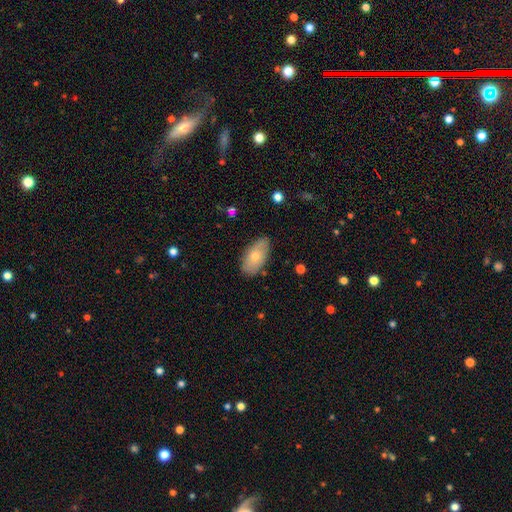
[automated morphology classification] smooth 68%, featured or disk 25%, star or artifact 7%. Down the decision tree: how rounded — in between (92%); merging — none (83%).